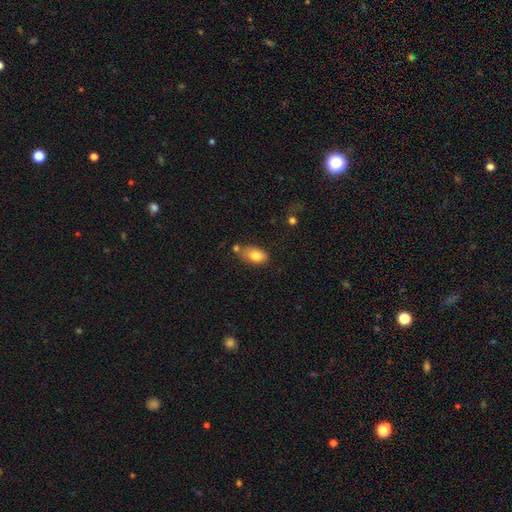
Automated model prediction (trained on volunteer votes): Morphology: type=smooth (80%); roundness=in between (89%); merging=none (56%).